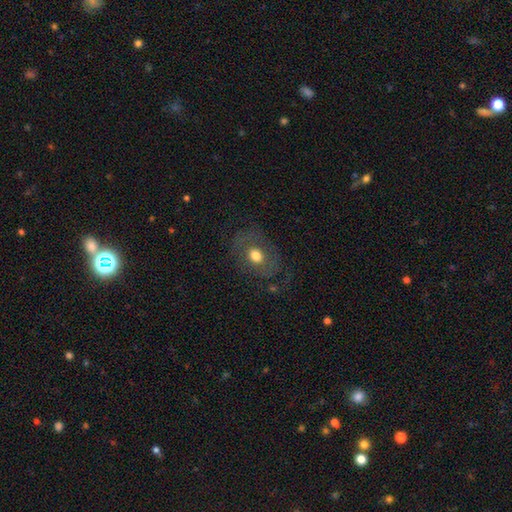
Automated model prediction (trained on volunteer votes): smooth-or-featured: smooth: 56% | featured or disk: 34% | star or artifact: 11%
  how-rounded: in between: 55% | round: 44% | cigar-shaped: 1%
  merging: none: 70% | minor disturbance: 17% | major disturbance: 12% | merger: 2%